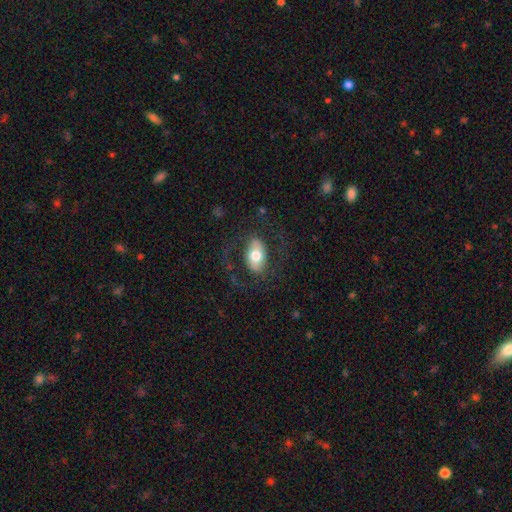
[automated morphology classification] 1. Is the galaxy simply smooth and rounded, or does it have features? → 49% smooth, 45% featured or disk, 7% star or artifact.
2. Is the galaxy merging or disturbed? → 70% none, 15% major disturbance, 14% minor disturbance, 1% merger.